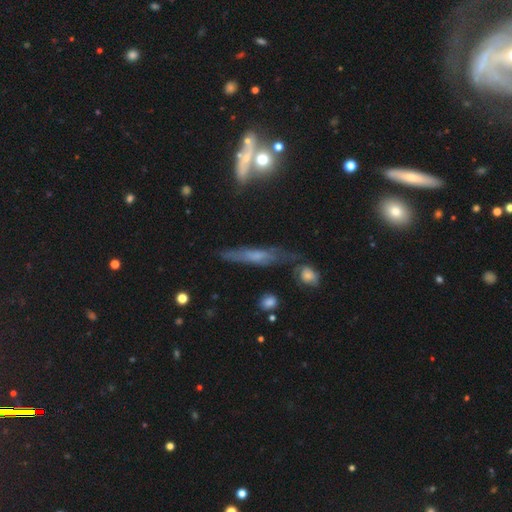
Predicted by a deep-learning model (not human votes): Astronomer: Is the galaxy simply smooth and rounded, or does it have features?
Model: featured or disk — 50% (runner-up: smooth, 40%).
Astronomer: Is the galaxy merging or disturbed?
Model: none — 62%.